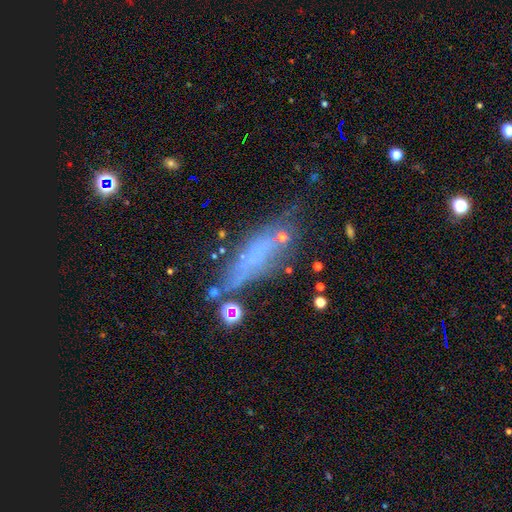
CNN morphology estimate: smooth 43%, featured or disk 37%, star or artifact 20%. Down the decision tree: merging — none (54%).